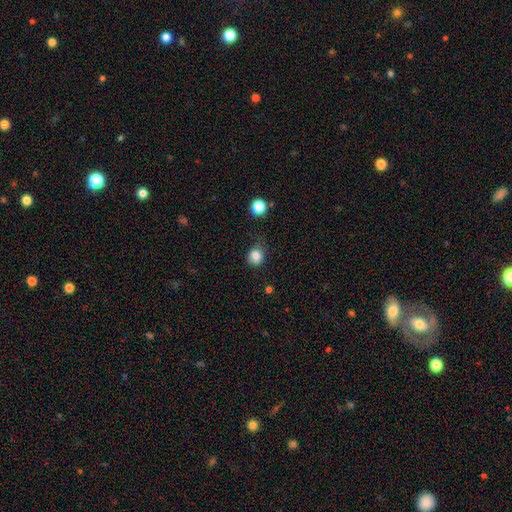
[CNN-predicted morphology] smooth_or_featured: smooth (p=0.82) [alt: star or artifact p=0.11]
how_rounded: round (p=0.76) [alt: in between p=0.23]
merging: none (p=0.59) [alt: minor disturbance p=0.29]